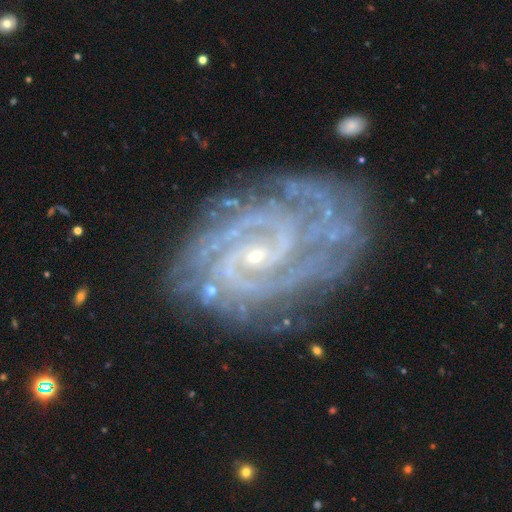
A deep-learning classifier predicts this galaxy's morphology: smooth-or-featured: featured or disk: 92% | star or artifact: 5% | smooth: 3%
  disk-edge-on: no: 98% | yes: 2%
    bar: no: 50% | weak: 36% | strong: 15%
    has-spiral-arms: yes: 98% | no: 2%
      spiral-winding: tight: 67% | medium: 29% | loose: 4%
      spiral-arm-count: 2: 50% | 3: 16% | can't tell: 13% | 4: 9% | more than 4: 6% | 1: 6%
    bulge-size: small: 84% | moderate: 11% | none: 2% | large: 1% | dominant: 1%
  merging: none: 71% | minor disturbance: 19% | major disturbance: 7% | merger: 2%